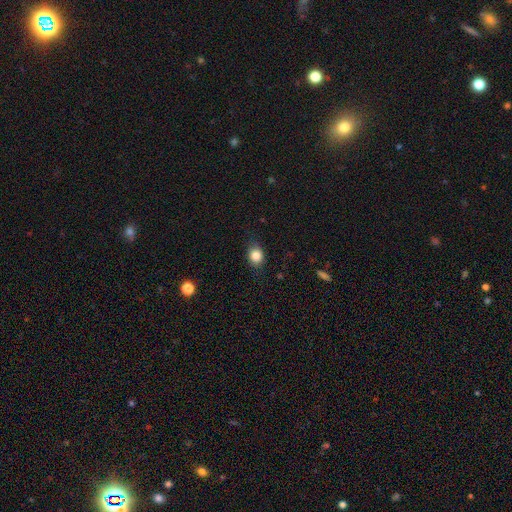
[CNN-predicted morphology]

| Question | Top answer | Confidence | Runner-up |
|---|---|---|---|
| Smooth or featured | smooth | 84% | star or artifact (9%) |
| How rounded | in between | 51% | round (47%) |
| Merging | none | 81% | minor disturbance (14%) |